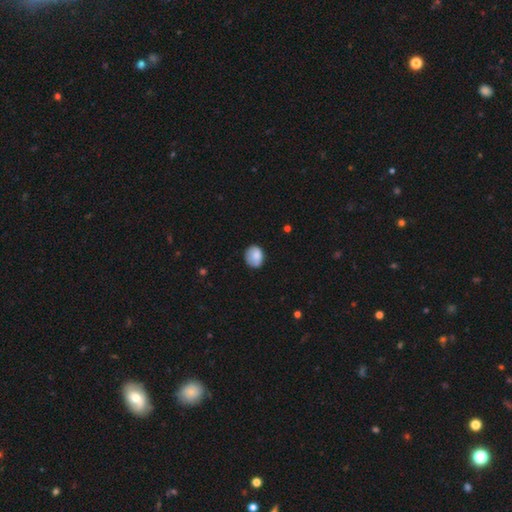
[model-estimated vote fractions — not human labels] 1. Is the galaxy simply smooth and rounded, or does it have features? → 84% smooth, 8% featured or disk, 8% star or artifact.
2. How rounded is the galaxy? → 53% round, 46% in between, 1% cigar-shaped.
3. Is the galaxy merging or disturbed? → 71% none, 23% minor disturbance, 5% major disturbance, 1% merger.